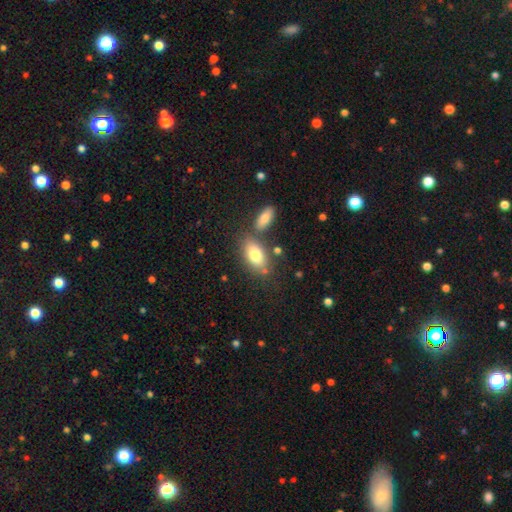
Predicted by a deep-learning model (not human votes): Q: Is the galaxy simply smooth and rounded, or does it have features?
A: smooth — 70%.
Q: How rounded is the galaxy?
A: in between — 86%.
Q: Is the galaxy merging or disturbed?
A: none — 61%.